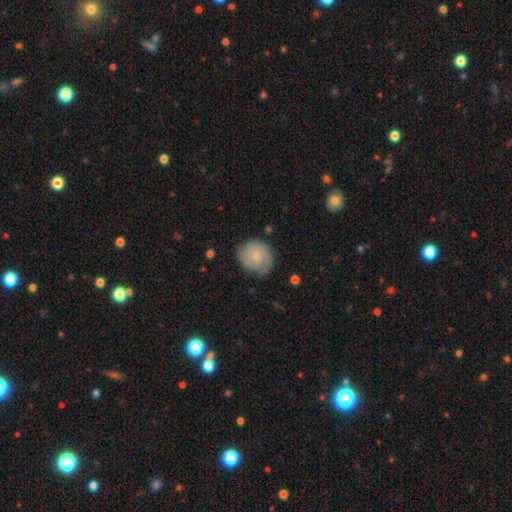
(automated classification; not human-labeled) This appears to be a featured or disk galaxy (57%) with no bar (77%), spiral arms (86%) and a small central bulge (69%). Merging: none (70%).